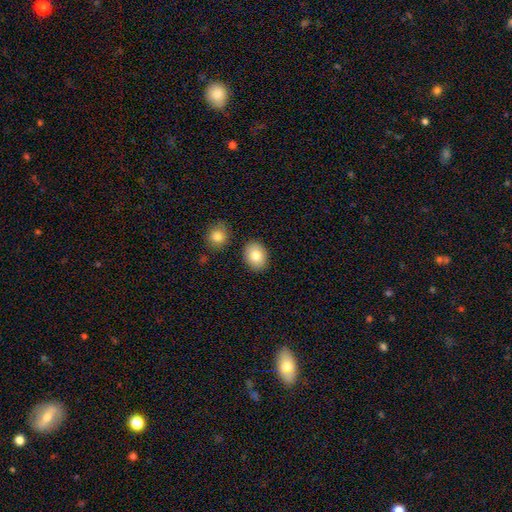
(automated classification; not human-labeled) Smooth or featured: smooth — 85% (featured or disk — 8%)
How rounded: in between — 66% (round — 33%)
Merging: none — 86% (minor disturbance — 8%)